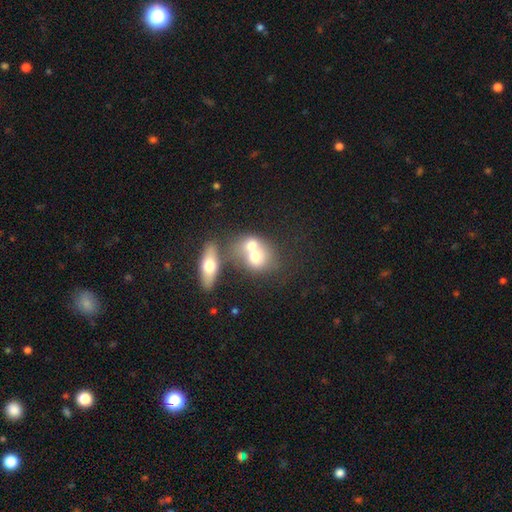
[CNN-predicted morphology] smooth_or_featured: smooth (p=0.63) [alt: featured or disk p=0.28]
how_rounded: round (p=0.55) [alt: in between p=0.43]
merging: merger (p=0.67) [alt: none p=0.22]